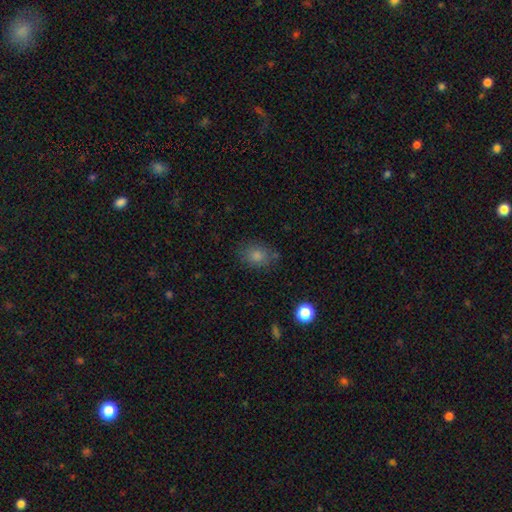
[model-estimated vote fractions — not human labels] Morphology: type=smooth (77%); roundness=in between (57%); merging=none (79%).